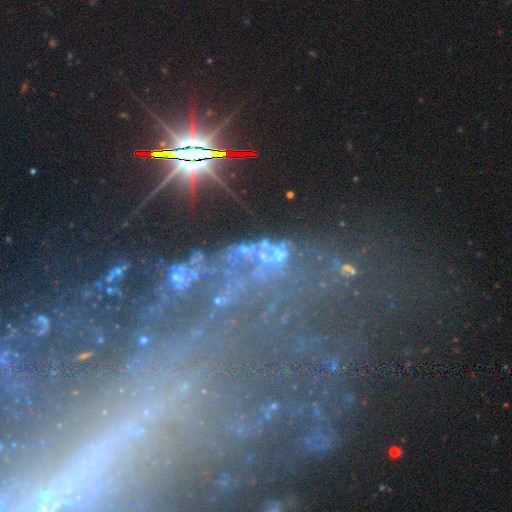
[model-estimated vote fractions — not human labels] Smooth or featured? Predicted: star or artifact (p=0.62).